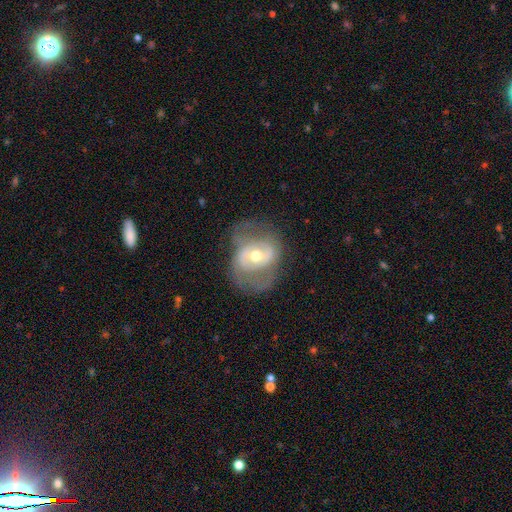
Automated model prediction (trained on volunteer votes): smooth_or_featured: featured or disk (p=0.71) [alt: smooth p=0.22]
disk_edge_on: no (p=0.96) [alt: yes p=0.04]
bar: no (p=0.50) [alt: weak p=0.33]
has_spiral_arms: yes (p=0.68) [alt: no p=0.32]
bulge_size: moderate (p=0.65) [alt: small p=0.28]
merging: none (p=0.51) [alt: minor disturbance p=0.24]